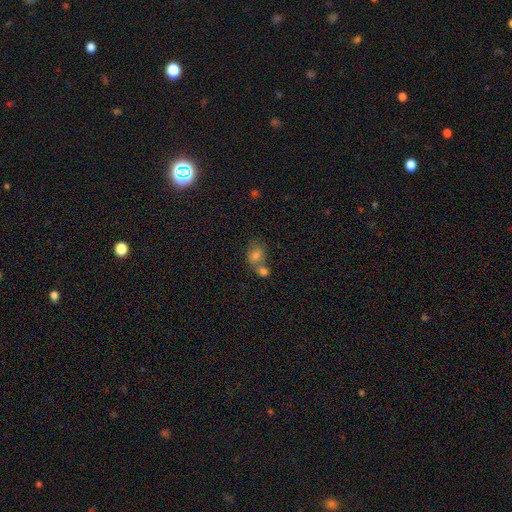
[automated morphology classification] A smooth galaxy with no disk features (67%) that is round (51%). Merging: merger (52%).